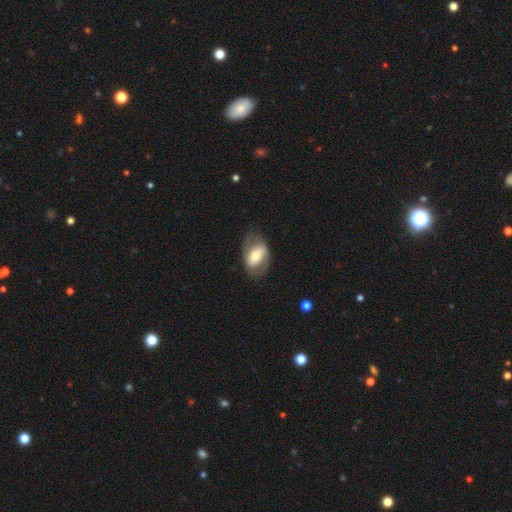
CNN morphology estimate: The model was most divided on "smooth or featured": featured or disk: 51%, smooth: 43%, star or artifact: 6%. More confident: edge-on disk — no (91%); merging — none (71%).